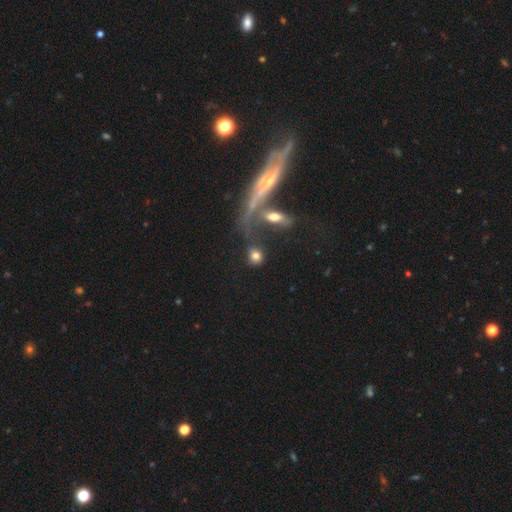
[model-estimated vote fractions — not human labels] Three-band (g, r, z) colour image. It shows a smooth galaxy with no disk features (75%) that is round (66%). Merging: none (57%).